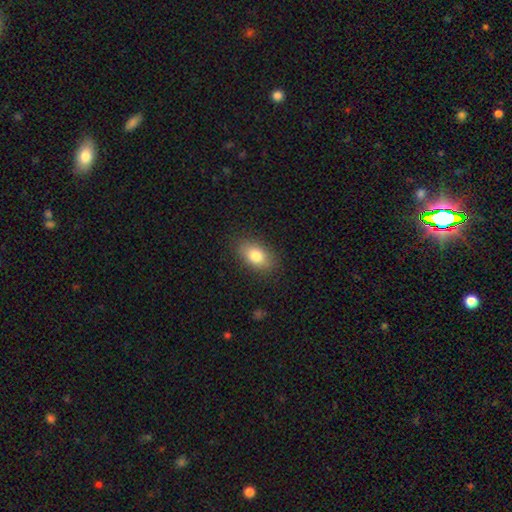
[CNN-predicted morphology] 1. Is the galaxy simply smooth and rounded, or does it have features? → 81% smooth, 11% featured or disk, 8% star or artifact.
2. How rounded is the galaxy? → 88% in between, 10% round, 2% cigar-shaped.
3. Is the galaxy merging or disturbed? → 85% none, 11% minor disturbance, 3% major disturbance, 1% merger.